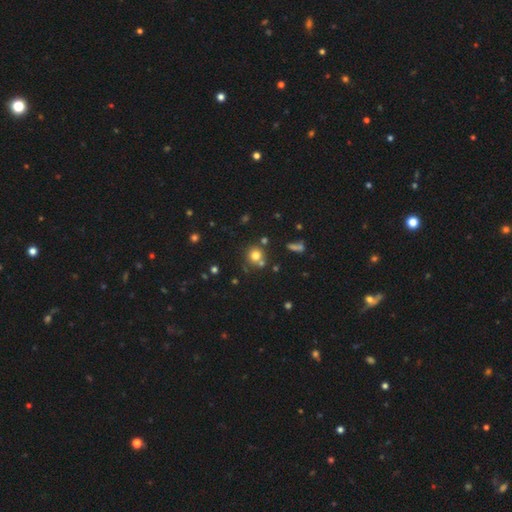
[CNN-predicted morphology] Smooth or featured: smooth — 75% (star or artifact — 15%)
How rounded: round — 90% (in between — 9%)
Merging: none — 68% (merger — 19%)